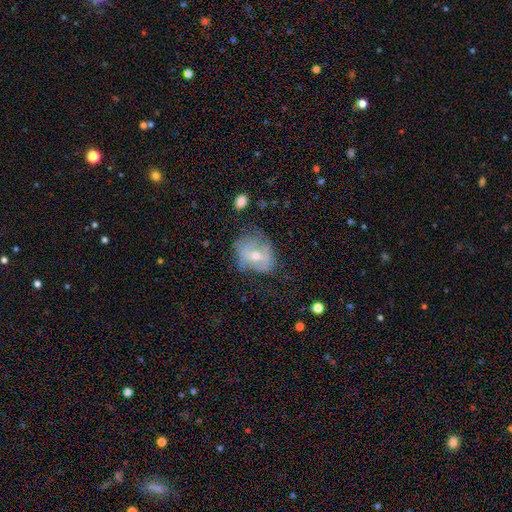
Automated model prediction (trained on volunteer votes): Smooth or featured? featured or disk (55%)
Edge-on disk? no (94%)
Bar? no (49%)
Spiral arms? no (51%)
Bulge size? moderate (51%)
Merging? none (48%)